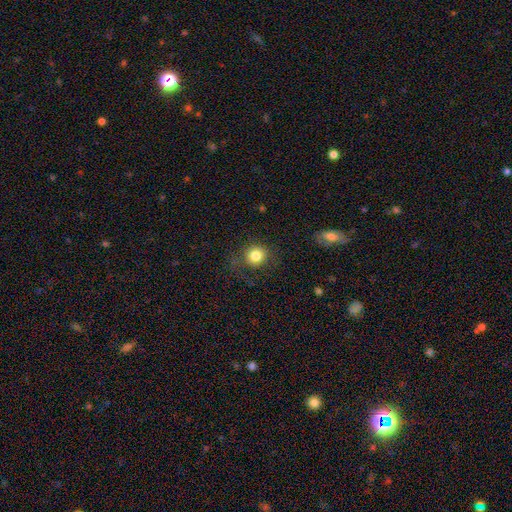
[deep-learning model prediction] This appears to be a smooth galaxy with no disk features (81%) that is round (88%). Merging: none (77%).